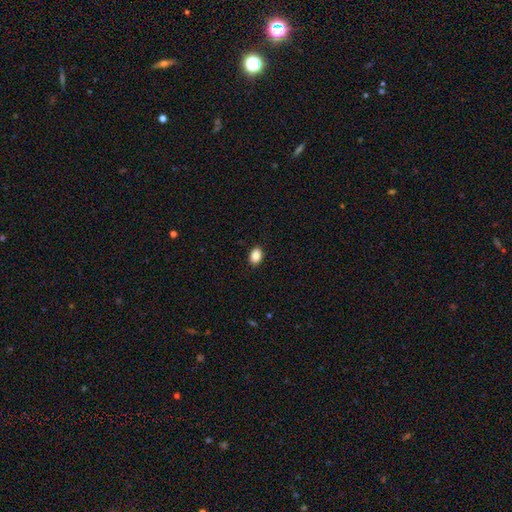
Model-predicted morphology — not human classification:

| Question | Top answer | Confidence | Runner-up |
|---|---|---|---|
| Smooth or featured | smooth | 88% | star or artifact (8%) |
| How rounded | in between | 78% | round (21%) |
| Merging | none | 90% | minor disturbance (7%) |